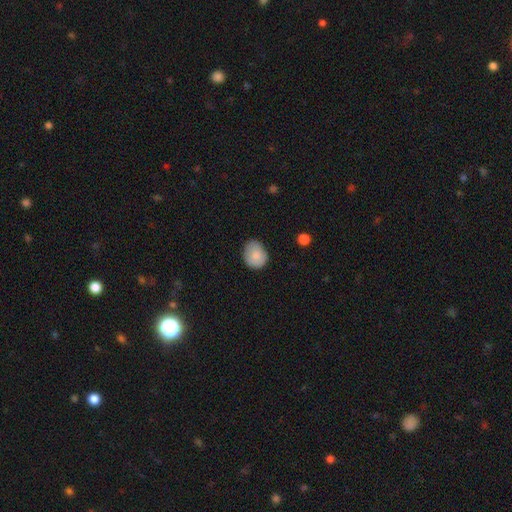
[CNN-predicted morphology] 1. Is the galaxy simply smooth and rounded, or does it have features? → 83% smooth, 10% featured or disk, 7% star or artifact.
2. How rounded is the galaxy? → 63% round, 36% in between, 1% cigar-shaped.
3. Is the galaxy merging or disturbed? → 74% none, 21% minor disturbance, 4% major disturbance, 1% merger.